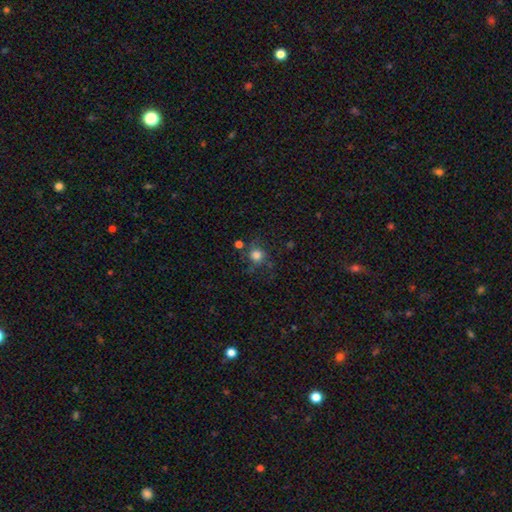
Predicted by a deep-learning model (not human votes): Overall: smooth (70%). How rounded: round (88%). Merging: none (65%).